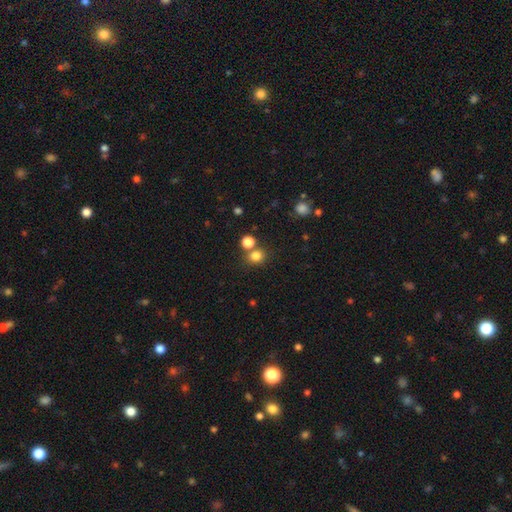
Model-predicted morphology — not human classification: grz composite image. It shows a smooth galaxy with no disk features (79%) that is round (78%). Merging: none (65%).